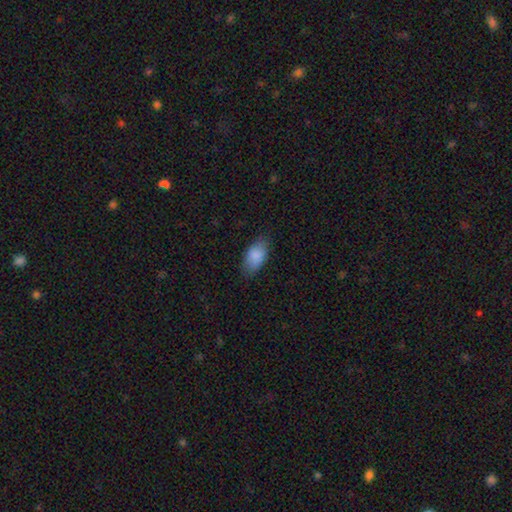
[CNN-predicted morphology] Smooth or featured: smooth — 87% (star or artifact — 7%)
How rounded: in between — 92% (round — 5%)
Merging: none — 77% (minor disturbance — 18%)